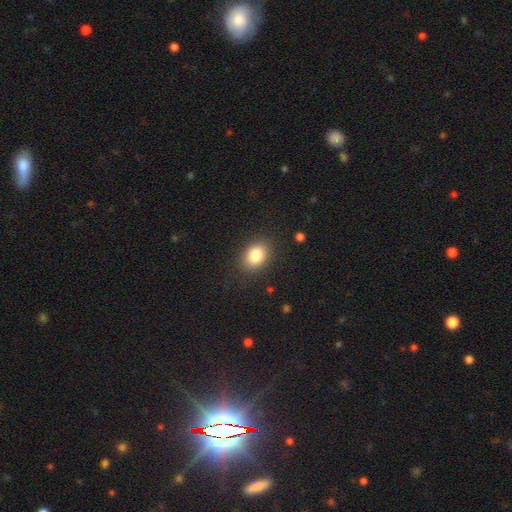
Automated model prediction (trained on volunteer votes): smooth-or-featured: smooth: 84% | star or artifact: 9% | featured or disk: 7%
  how-rounded: in between: 70% | round: 29% | cigar-shaped: 1%
  merging: none: 85% | minor disturbance: 11% | major disturbance: 4% | merger: 1%